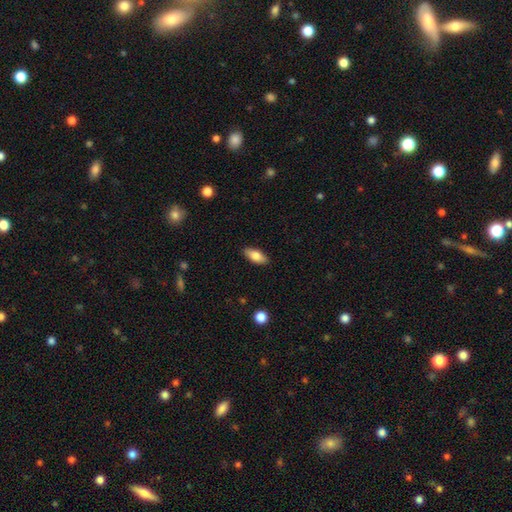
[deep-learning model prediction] Smooth or featured? smooth (79%)
How rounded? in between (84%)
Merging? none (88%)